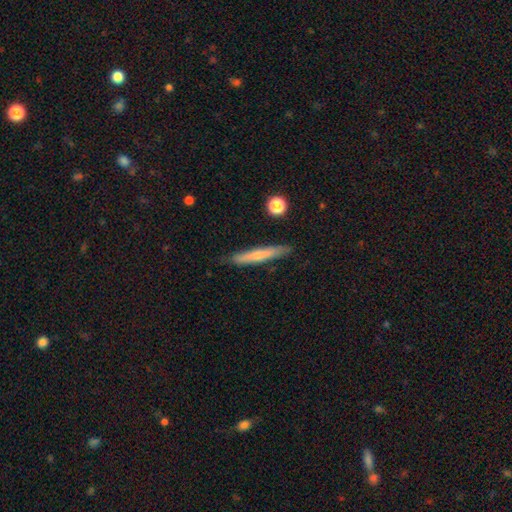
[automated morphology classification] type=smooth (55%); roundness=cigar-shaped (94%); merging=none (87%).